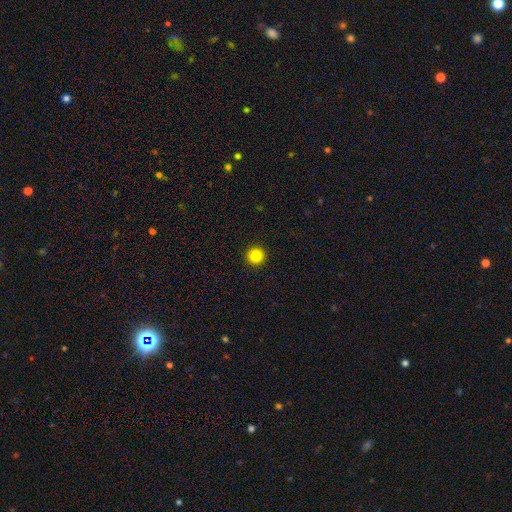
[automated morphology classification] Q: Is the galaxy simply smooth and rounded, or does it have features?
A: smooth — 87%.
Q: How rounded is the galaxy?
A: round — 96%.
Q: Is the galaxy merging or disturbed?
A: none — 93%.